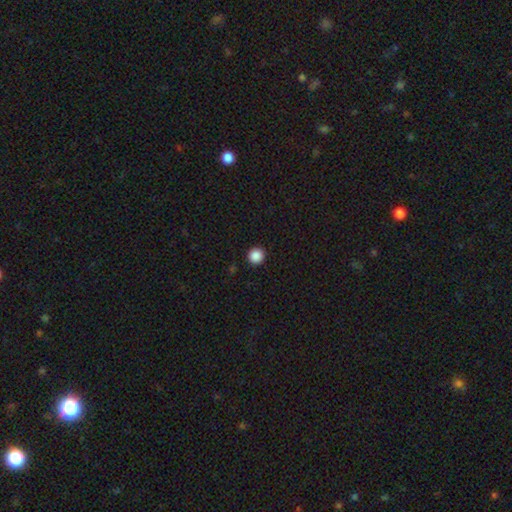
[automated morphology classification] Smooth or featured?
  - smooth: 87% *
  - star or artifact: 10%
  - featured or disk: 2%
How rounded?
  - round: 96% *
  - in between: 3%
  - cigar-shaped: 1%
Merging?
  - none: 93% *
  - minor disturbance: 4%
  - major disturbance: 1%
  - merger: 1%